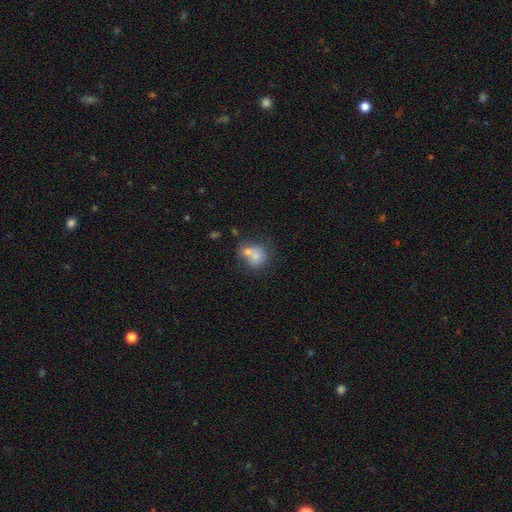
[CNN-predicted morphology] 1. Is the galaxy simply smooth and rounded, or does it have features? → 74% smooth, 17% featured or disk, 9% star or artifact.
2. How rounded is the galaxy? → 62% round, 37% in between, 1% cigar-shaped.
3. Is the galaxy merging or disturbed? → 48% merger, 32% none, 13% minor disturbance, 7% major disturbance.